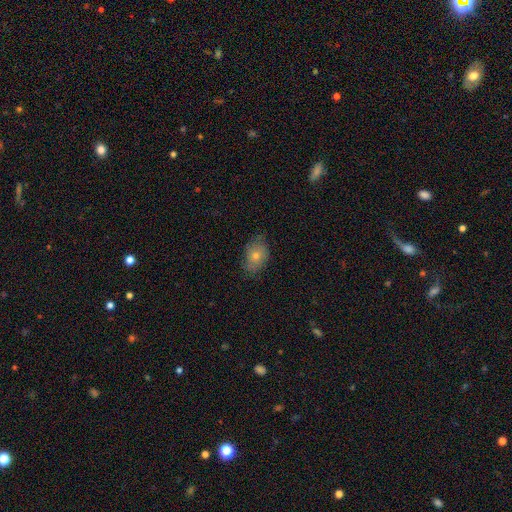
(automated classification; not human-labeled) Smooth or featured: smooth — 57% (featured or disk — 31%)
How rounded: in between — 79% (round — 19%)
Merging: none — 75% (minor disturbance — 19%)